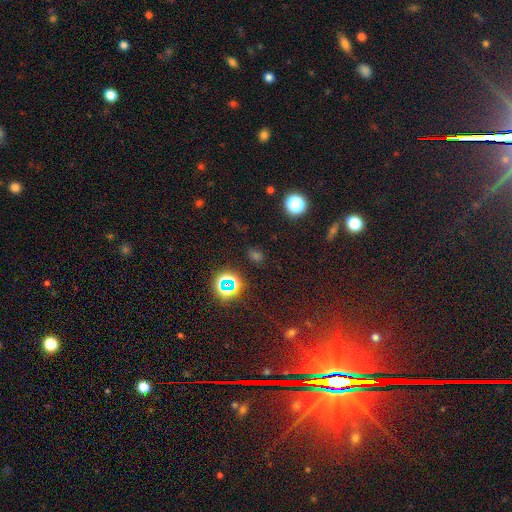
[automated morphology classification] Smooth or featured? Predicted: smooth (p=0.46, tied with star or artifact). Merging? Predicted: none (p=0.84).